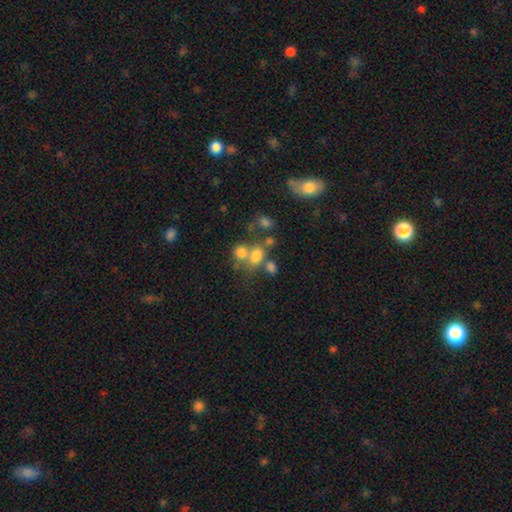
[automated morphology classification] smooth-or-featured: smooth: 69% | featured or disk: 16% | star or artifact: 15%
  how-rounded: round: 53% | in between: 46% | cigar-shaped: 1%
  merging: merger: 45% | none: 37% | minor disturbance: 10% | major disturbance: 8%